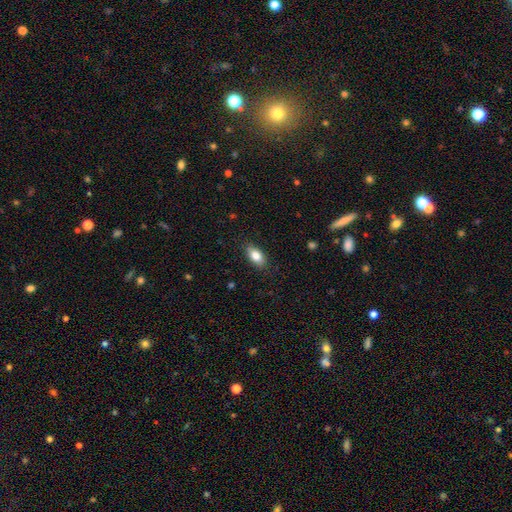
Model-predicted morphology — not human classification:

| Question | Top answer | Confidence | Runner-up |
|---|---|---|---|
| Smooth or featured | smooth | 83% | featured or disk (10%) |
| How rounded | in between | 89% | cigar-shaped (6%) |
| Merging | none | 86% | minor disturbance (11%) |